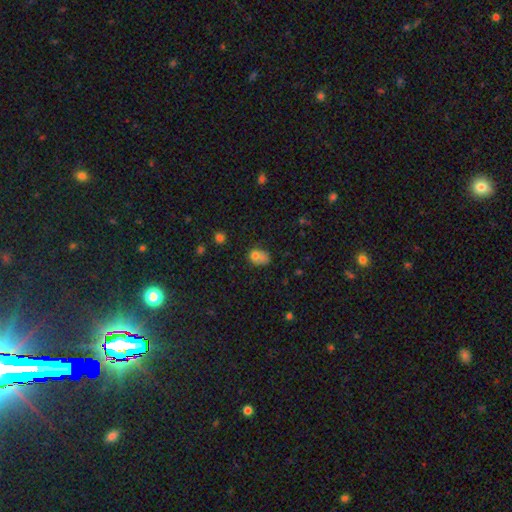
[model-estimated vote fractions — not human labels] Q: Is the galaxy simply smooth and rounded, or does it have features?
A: smooth — 72%.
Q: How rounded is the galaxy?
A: round — 52%.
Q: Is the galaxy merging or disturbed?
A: none — 36%.